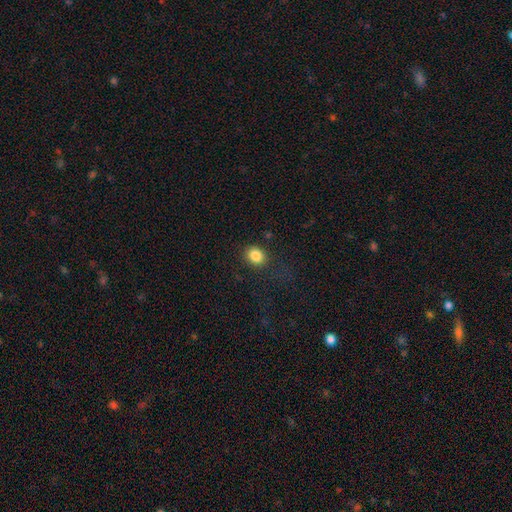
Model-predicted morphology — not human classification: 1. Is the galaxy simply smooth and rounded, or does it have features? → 85% smooth, 10% star or artifact, 5% featured or disk.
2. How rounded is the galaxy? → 61% round, 38% in between, 1% cigar-shaped.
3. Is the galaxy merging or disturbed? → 80% none, 12% minor disturbance, 6% major disturbance, 2% merger.